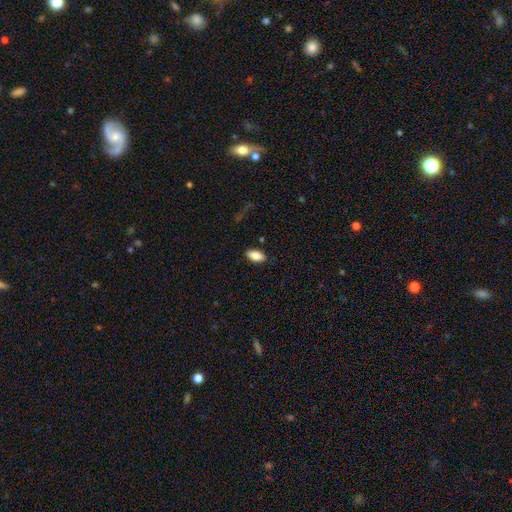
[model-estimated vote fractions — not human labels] Morphology: type=smooth (84%); roundness=in between (90%); merging=none (86%).